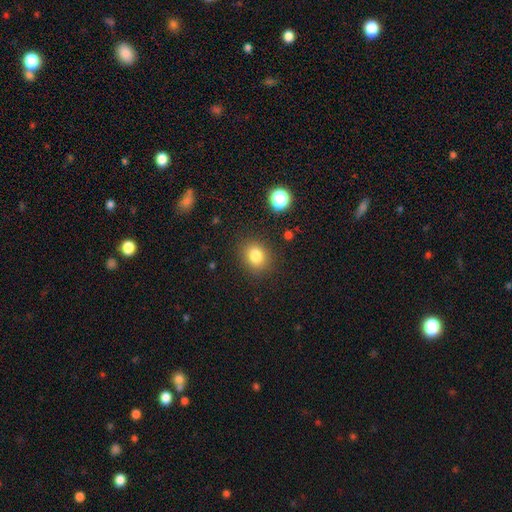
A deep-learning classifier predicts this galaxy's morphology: type=smooth (81%); roundness=round (65%); merging=none (86%).